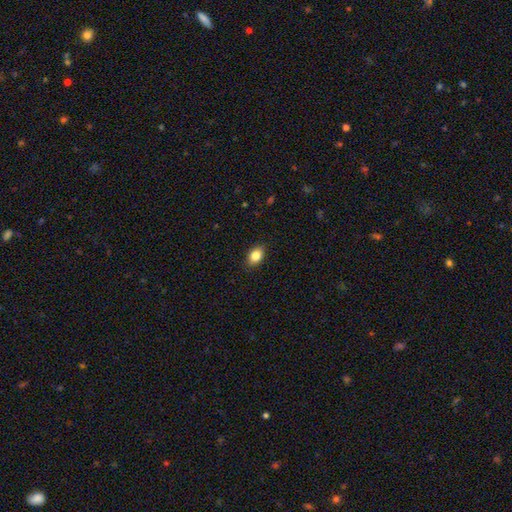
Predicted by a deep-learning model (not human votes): A smooth galaxy with no disk features (84%) that is in between round and cigar-shaped (78%).

Vote fractions:
- Smooth or featured? smooth: 84% / star or artifact: 9% / featured or disk: 7%
- How rounded? in between: 78% / round: 21% / cigar-shaped: 2%
- Merging? none: 88% / minor disturbance: 9% / major disturbance: 2% / merger: 1%